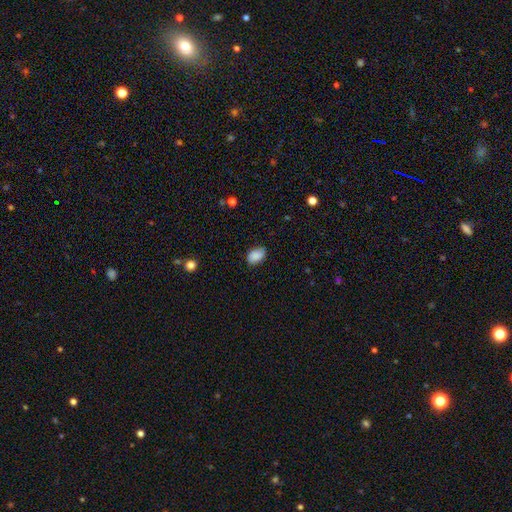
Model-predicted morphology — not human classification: This appears to be a smooth galaxy with no disk features (86%) that is in between round and cigar-shaped (88%). Merging: none (79%).